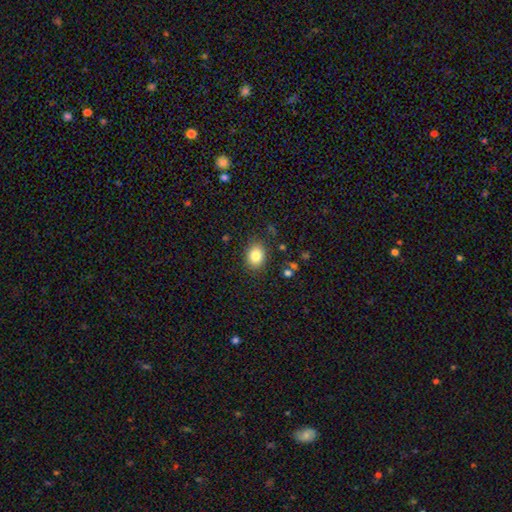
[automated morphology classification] type=smooth (84%); roundness=in between (56%); merging=none (85%).